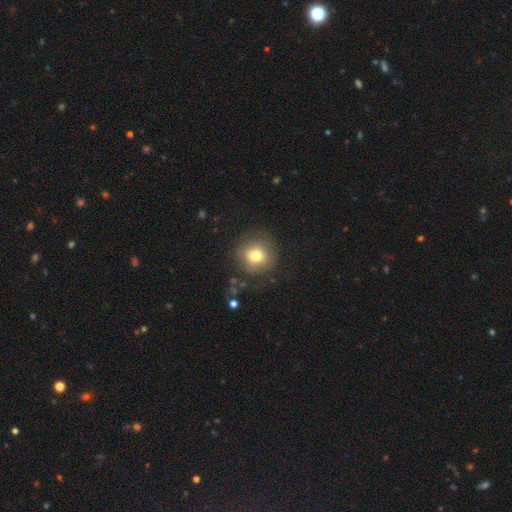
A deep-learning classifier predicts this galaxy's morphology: smooth_or_featured: smooth (p=0.74) [alt: featured or disk p=0.17]
how_rounded: round (p=0.88) [alt: in between p=0.11]
merging: none (p=0.74) [alt: minor disturbance p=0.15]